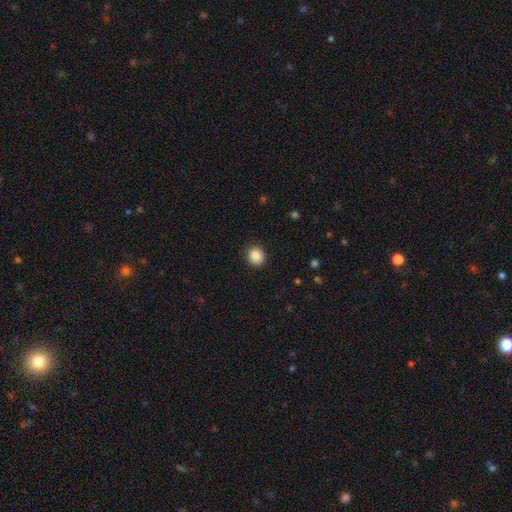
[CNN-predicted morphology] This appears to be a smooth galaxy with no disk features (87%) that is round (88%). Merging: none (91%).